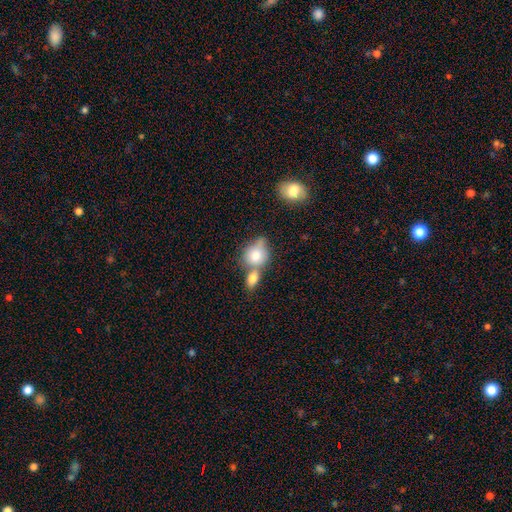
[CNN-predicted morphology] Smooth or featured? Predicted: smooth (p=0.76). How rounded? Predicted: round (p=0.55). Merging? Predicted: merger (p=0.54).